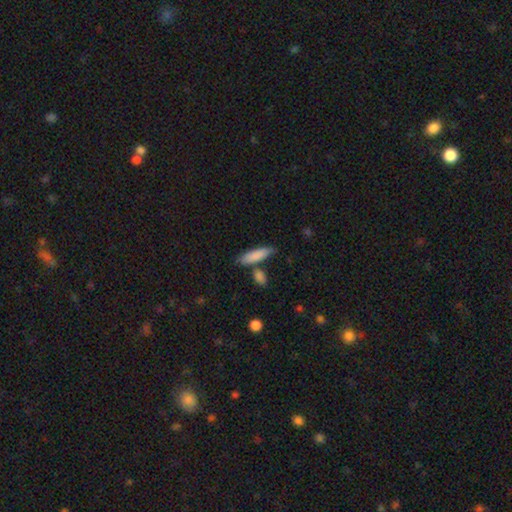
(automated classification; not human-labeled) Smooth or featured? smooth (84%)
How rounded? cigar-shaped (62%)
Merging? none (70%)